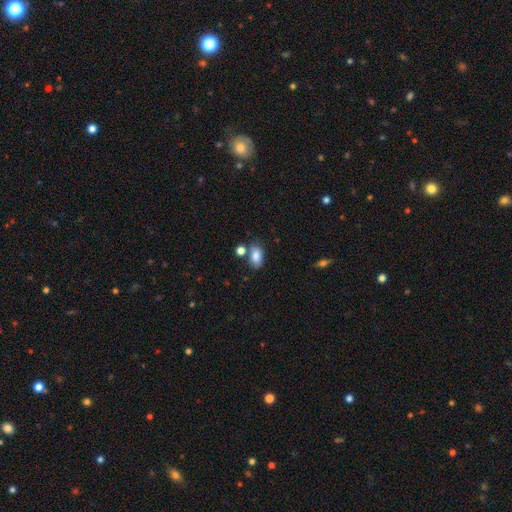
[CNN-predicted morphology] A smooth galaxy with no disk features (84%) that is in between round and cigar-shaped (88%). Merging: none (65%).